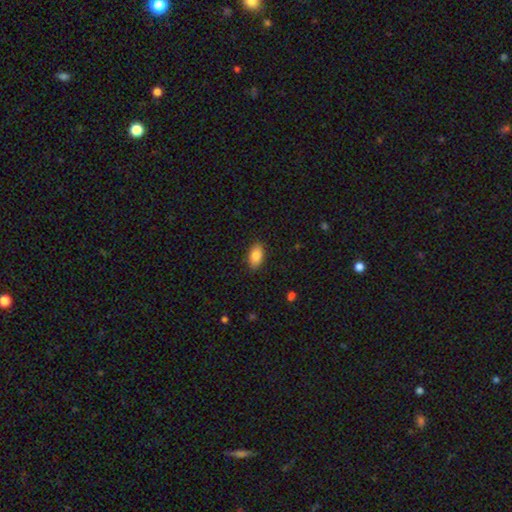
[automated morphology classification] A smooth galaxy with no disk features (85%) that is in between round and cigar-shaped (92%). Merging: none (87%).